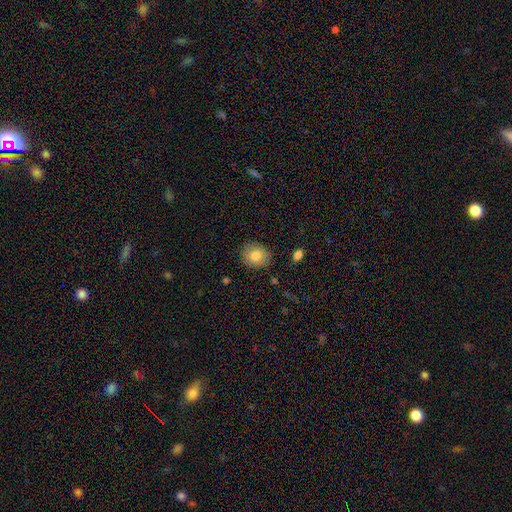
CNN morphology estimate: Smooth or featured?
  - smooth: 81% *
  - featured or disk: 11%
  - star or artifact: 9%
How rounded?
  - round: 72% *
  - in between: 27%
  - cigar-shaped: 1%
Merging?
  - none: 86% *
  - minor disturbance: 11%
  - major disturbance: 2%
  - merger: 1%